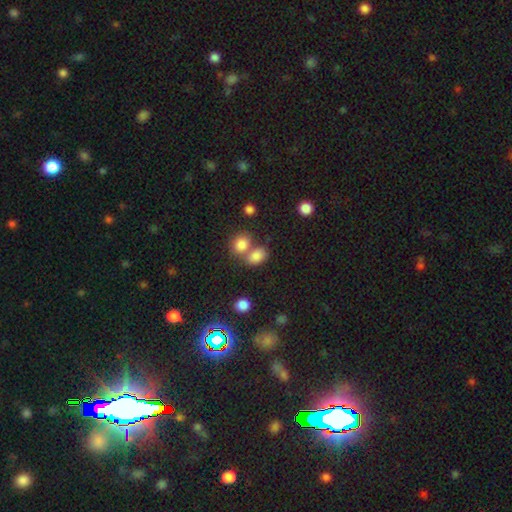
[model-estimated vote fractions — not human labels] smooth-or-featured: smooth: 82% | star or artifact: 11% | featured or disk: 7%
  how-rounded: in between: 73% | round: 26% | cigar-shaped: 1%
  merging: merger: 44% | none: 42% | minor disturbance: 10% | major disturbance: 4%